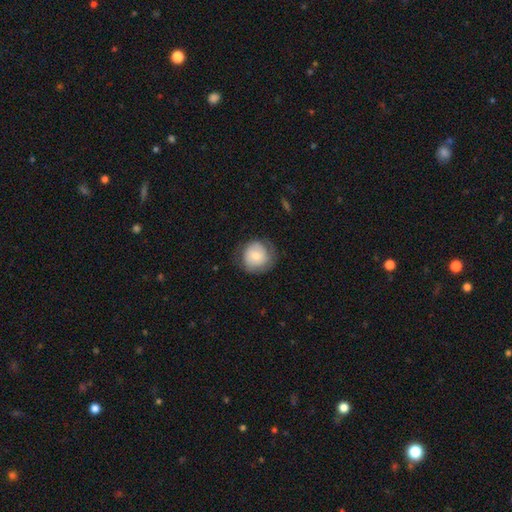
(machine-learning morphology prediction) A smooth galaxy with no disk features (60%) that is round (88%).

Vote fractions:
- Smooth or featured? smooth: 60% / featured or disk: 33% / star or artifact: 7%
- How rounded? round: 88% / in between: 12% / cigar-shaped: 1%
- Merging? none: 66% / minor disturbance: 22% / major disturbance: 10% / merger: 1%